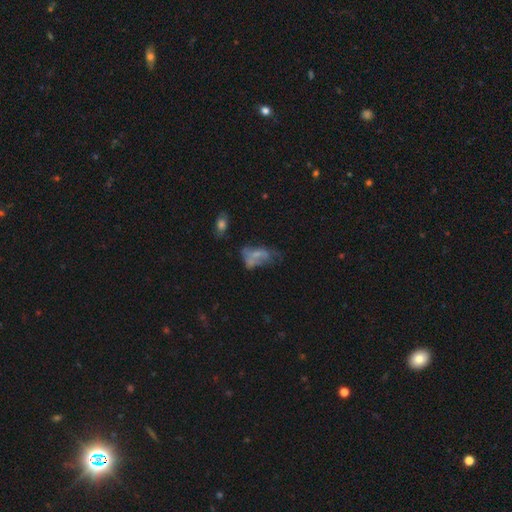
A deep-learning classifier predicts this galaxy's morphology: smooth_or_featured: smooth (p=0.44) [alt: featured or disk p=0.41]
merging: major disturbance (p=0.33) [alt: none p=0.26]